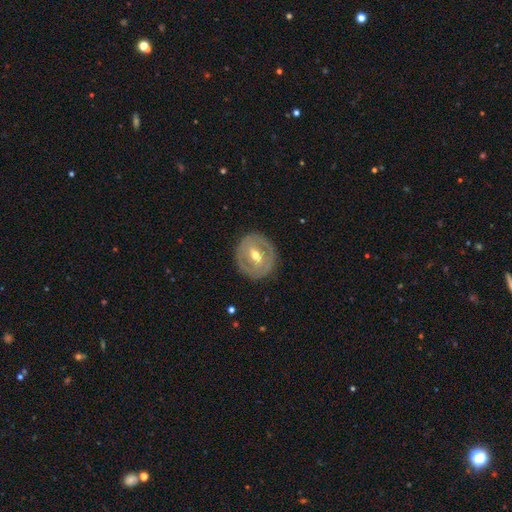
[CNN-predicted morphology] The model was most divided on "bar": weak: 45%, strong: 35%, no: 20%. More confident: edge-on disk — no (94%); merging — none (84%); bulge size — moderate (72%); smooth or featured — featured or disk (70%); spiral arms — no (57%).